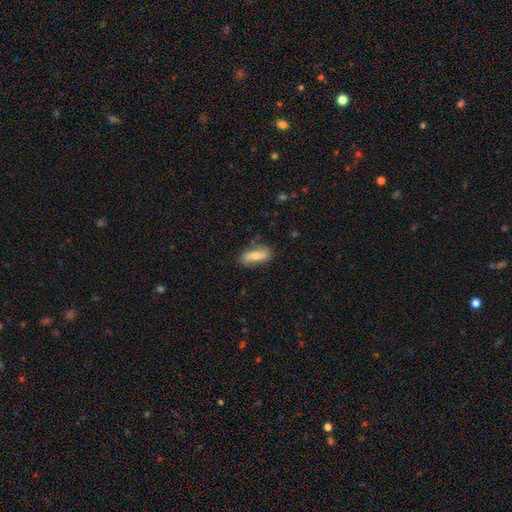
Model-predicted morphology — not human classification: Q: Smooth or featured?
A: smooth (63%); runner-up: featured or disk (30%)
Q: How rounded?
A: in between (72%); runner-up: cigar-shaped (25%)
Q: Merging?
A: none (75%); runner-up: minor disturbance (19%)